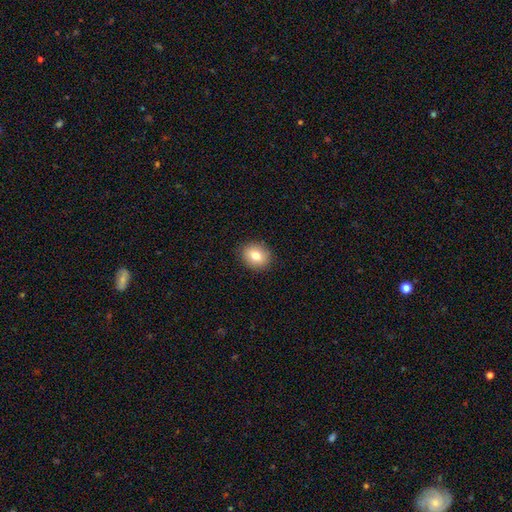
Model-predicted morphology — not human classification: This is likely a smooth galaxy (78%). How rounded: likely round (61%). Merging: clearly none (89%).